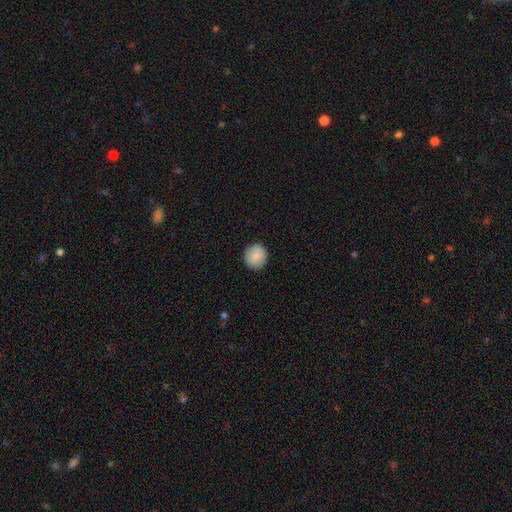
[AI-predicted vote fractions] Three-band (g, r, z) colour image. It shows a smooth galaxy with no disk features (88%) that is round (90%). Merging: none (91%).